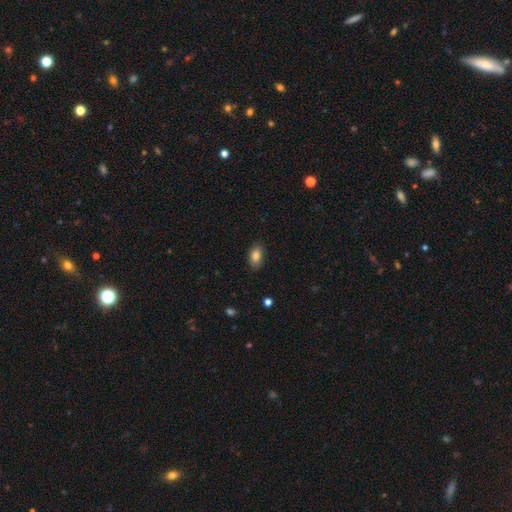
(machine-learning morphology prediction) This is clearly a smooth galaxy (84%). How rounded: clearly in between (90%). Merging: clearly none (84%).